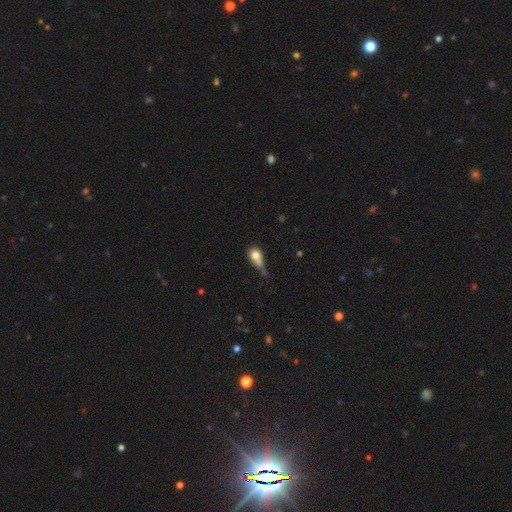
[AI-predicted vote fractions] This is likely a smooth galaxy (71%). How rounded: possibly in between (52%). Merging: marginally major disturbance (26%, tied with minor disturbance).